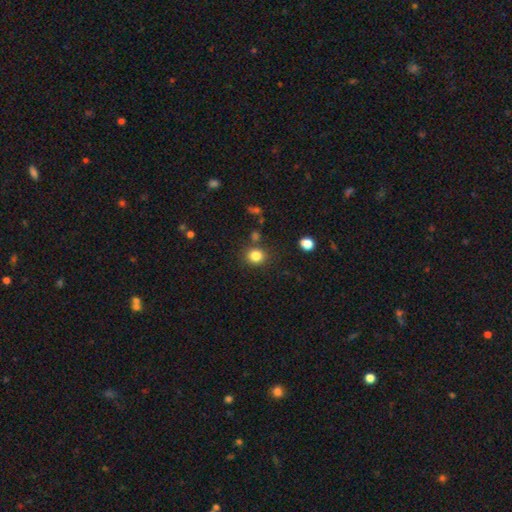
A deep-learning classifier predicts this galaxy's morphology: type=smooth (83%); roundness=round (82%); merging=none (82%).